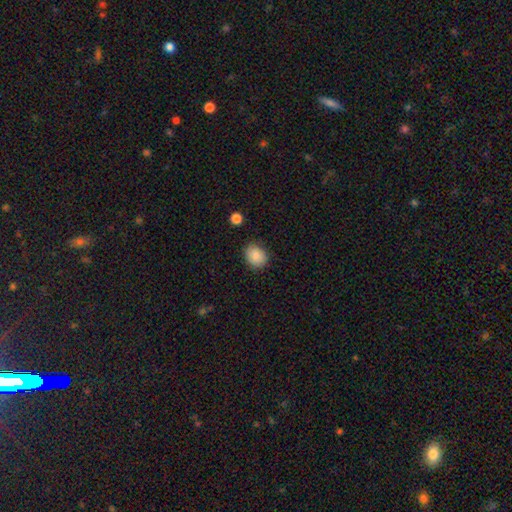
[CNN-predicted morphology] The model was most divided on "how rounded": round: 62%, in between: 37%, cigar-shaped: 1%. More confident: smooth or featured — smooth (86%); merging — none (83%).